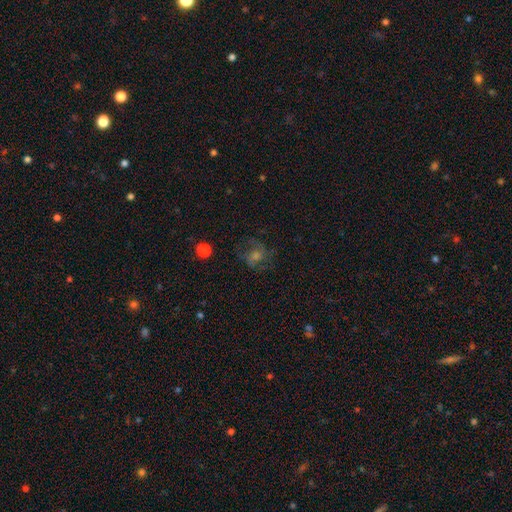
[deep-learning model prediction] Q: Smooth or featured?
A: featured or disk (48%); runner-up: smooth (28%)
Q: Merging?
A: none (72%); runner-up: minor disturbance (15%)